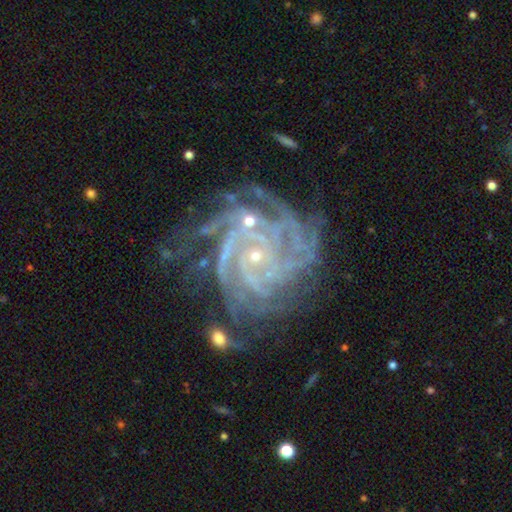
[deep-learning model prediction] A featured or disk galaxy (91%) with no bar (71%), 4 (34%) tight (76%) spiral arms (98%) and a small central bulge (86%). Merging: none (63%).